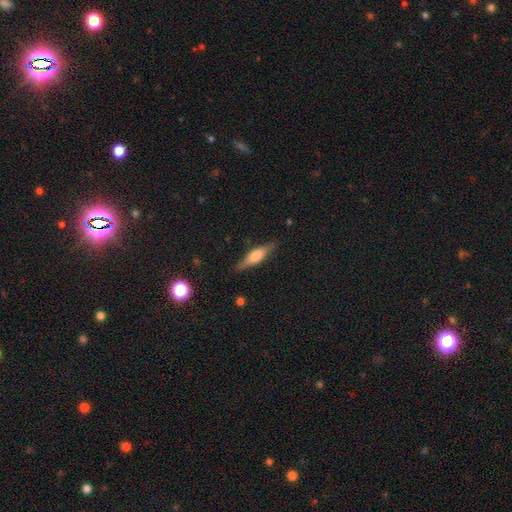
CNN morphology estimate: Overall: featured or disk (49%; smooth 44%). Merging: none (84%).